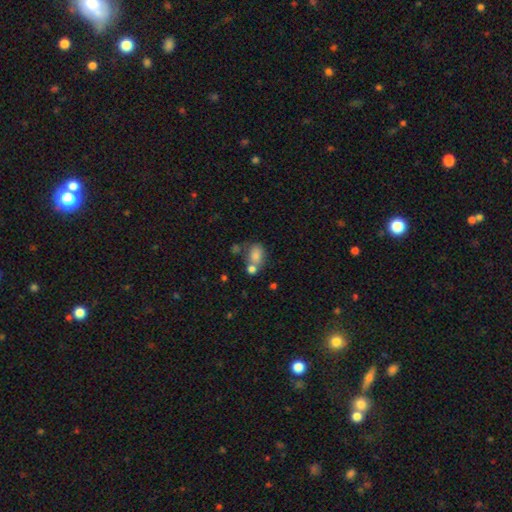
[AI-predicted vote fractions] This appears to be a smooth galaxy with no disk features (76%) that is in between round and cigar-shaped (68%). Merging: none (43%).